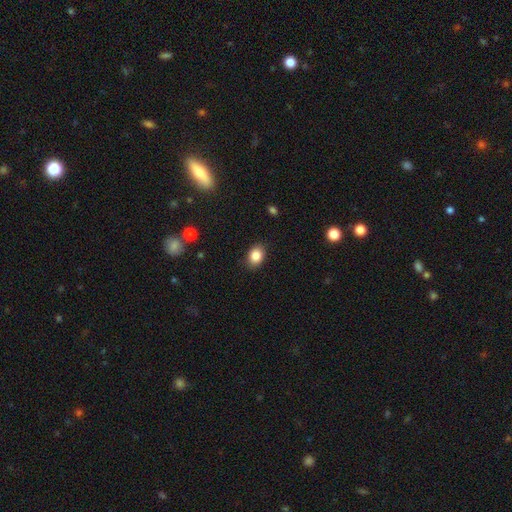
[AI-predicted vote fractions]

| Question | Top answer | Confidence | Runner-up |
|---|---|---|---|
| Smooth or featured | smooth | 86% | star or artifact (9%) |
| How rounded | in between | 66% | round (33%) |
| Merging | none | 87% | minor disturbance (10%) |